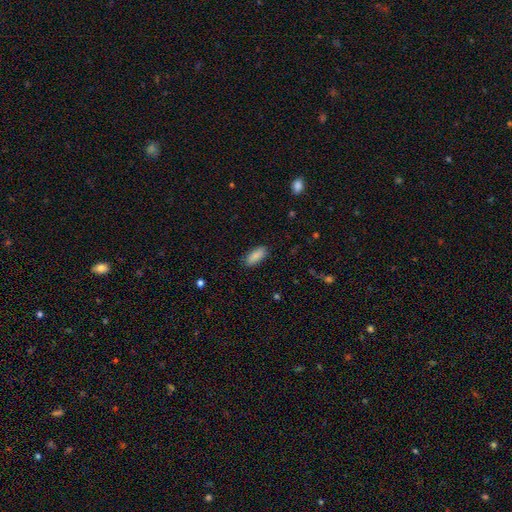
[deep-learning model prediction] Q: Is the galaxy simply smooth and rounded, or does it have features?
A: smooth — 87%.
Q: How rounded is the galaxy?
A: in between — 82%.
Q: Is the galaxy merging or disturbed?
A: none — 87%.